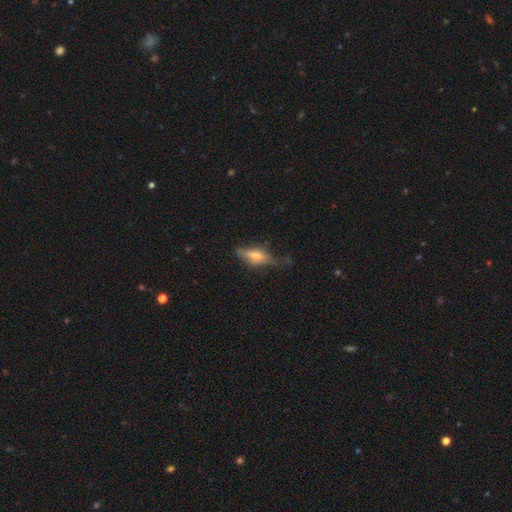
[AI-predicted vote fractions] This appears to be a featured or disk galaxy (48%). Merging: none (52%).